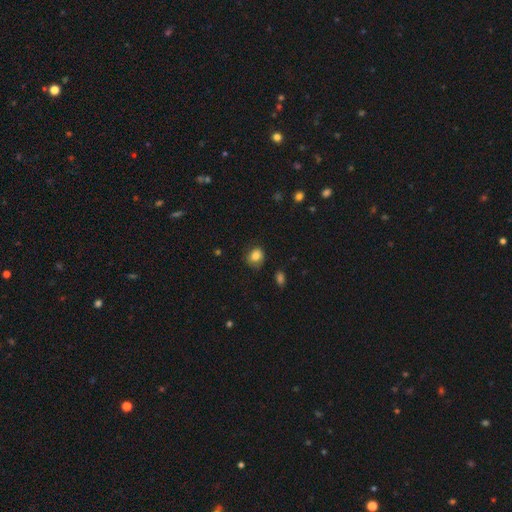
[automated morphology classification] Smooth or featured? smooth (82%)
How rounded? round (63%)
Merging? none (71%)